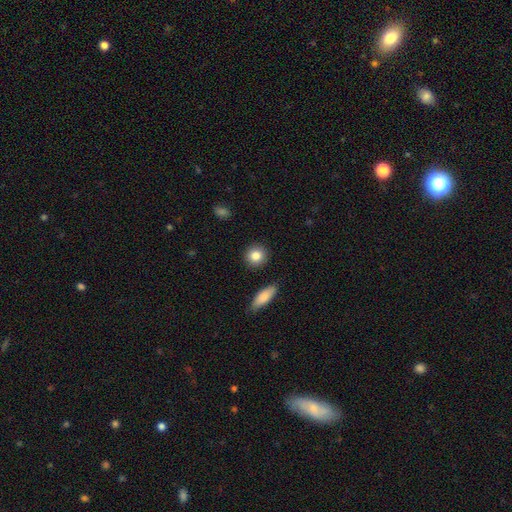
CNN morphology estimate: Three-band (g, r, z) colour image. It shows a smooth galaxy with no disk features (84%) that is round (87%). Merging: none (90%).